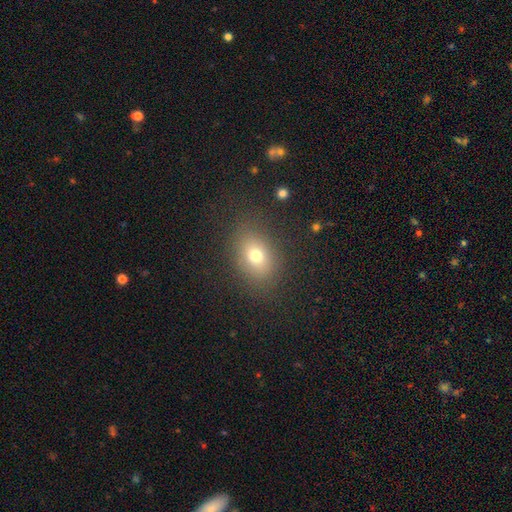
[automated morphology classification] smooth-or-featured: smooth: 72% | star or artifact: 14% | featured or disk: 14%
  how-rounded: in between: 66% | round: 33% | cigar-shaped: 1%
  merging: none: 81% | minor disturbance: 12% | major disturbance: 6% | merger: 1%